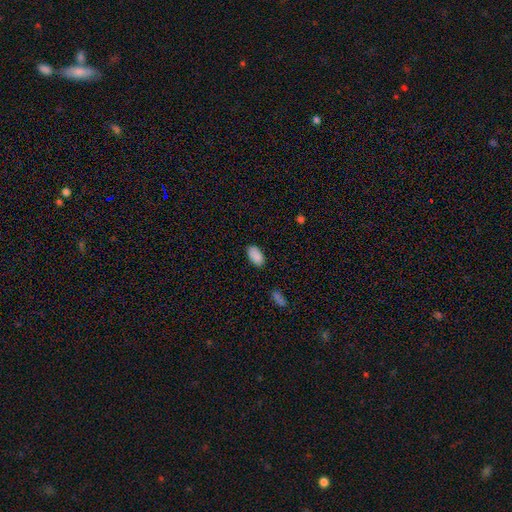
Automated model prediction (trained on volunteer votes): smooth-or-featured: smooth: 89% | star or artifact: 8% | featured or disk: 4%
  how-rounded: in between: 95% | round: 3% | cigar-shaped: 2%
  merging: none: 83% | minor disturbance: 12% | major disturbance: 3% | merger: 2%